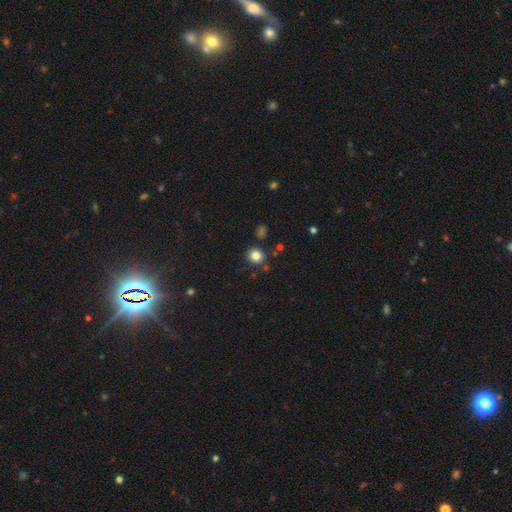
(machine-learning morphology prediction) Q: Smooth or featured?
A: smooth (83%); runner-up: star or artifact (12%)
Q: How rounded?
A: round (89%); runner-up: in between (10%)
Q: Merging?
A: none (87%); runner-up: minor disturbance (7%)